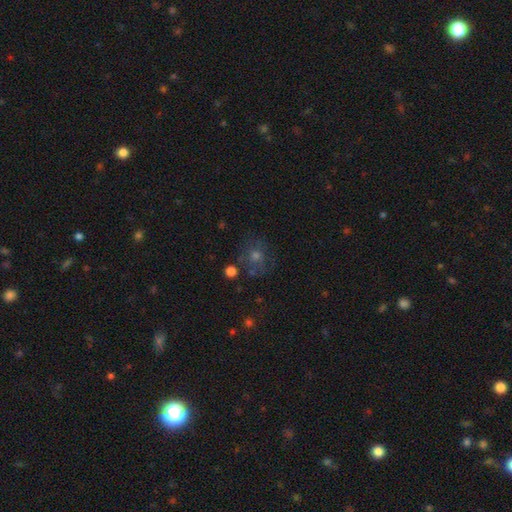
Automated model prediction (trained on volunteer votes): Smooth or featured? Predicted: smooth (p=0.49). Merging? Predicted: none (p=0.69).